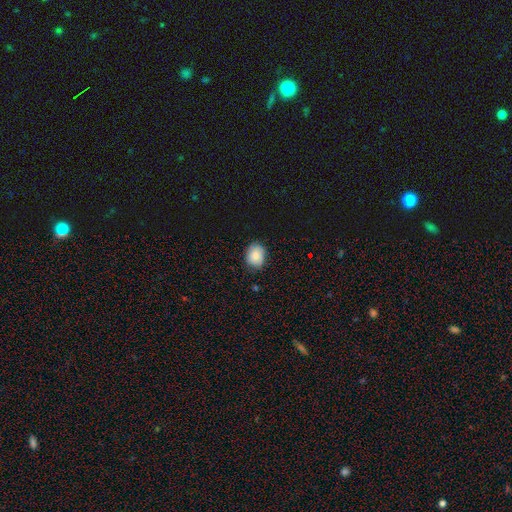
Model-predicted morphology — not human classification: Overall: smooth (83%). How rounded: round (52%; in between 47%). Merging: none (79%).